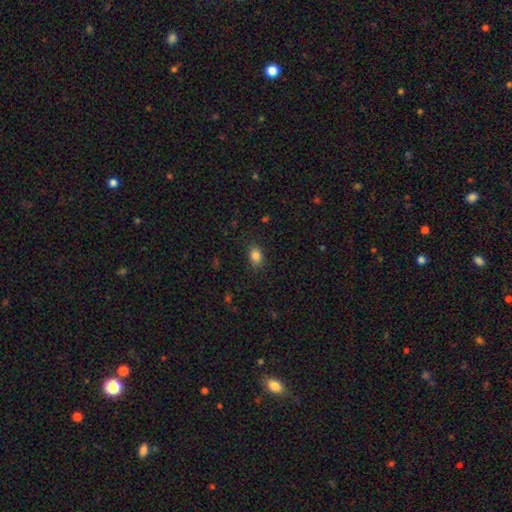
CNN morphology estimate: type=smooth (84%); roundness=in between (73%); merging=none (84%).